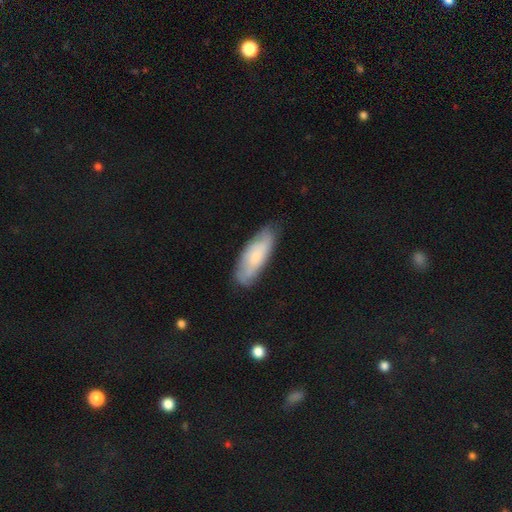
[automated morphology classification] Smooth or featured: smooth — 63% (featured or disk — 30%)
How rounded: in between — 65% (cigar-shaped — 33%)
Merging: none — 74% (minor disturbance — 20%)